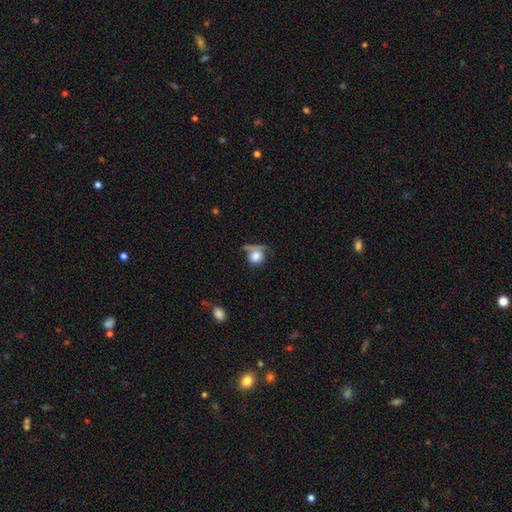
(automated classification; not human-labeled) Smooth or featured? smooth (76%)
How rounded? round (77%)
Merging? none (45%)